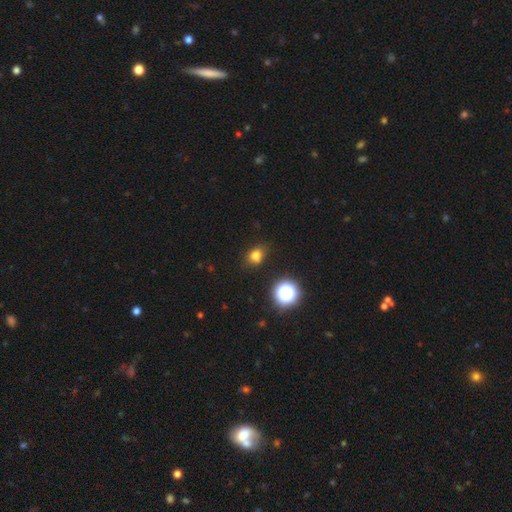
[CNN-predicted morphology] Q: Smooth or featured?
A: smooth (76%); runner-up: star or artifact (17%)
Q: How rounded?
A: round (50%); runner-up: in between (48%)
Q: Merging?
A: none (78%); runner-up: minor disturbance (15%)